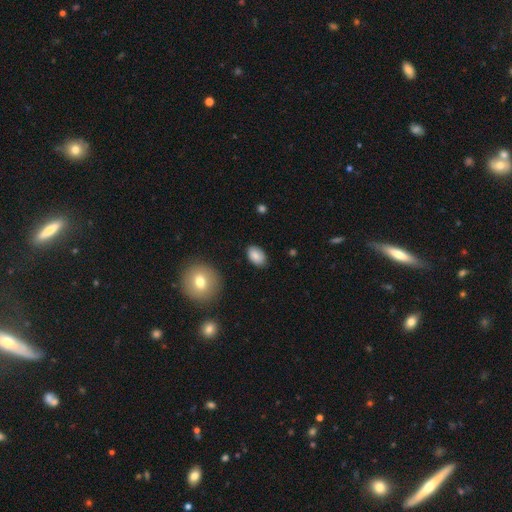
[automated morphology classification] Smooth or featured? smooth (83%)
How rounded? in between (89%)
Merging? none (86%)